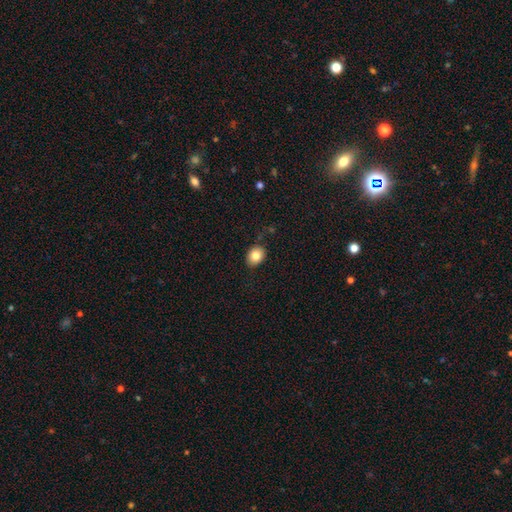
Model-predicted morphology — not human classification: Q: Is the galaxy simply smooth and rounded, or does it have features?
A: smooth — 82%.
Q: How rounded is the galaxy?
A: in between — 53%.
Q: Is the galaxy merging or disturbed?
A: none — 84%.